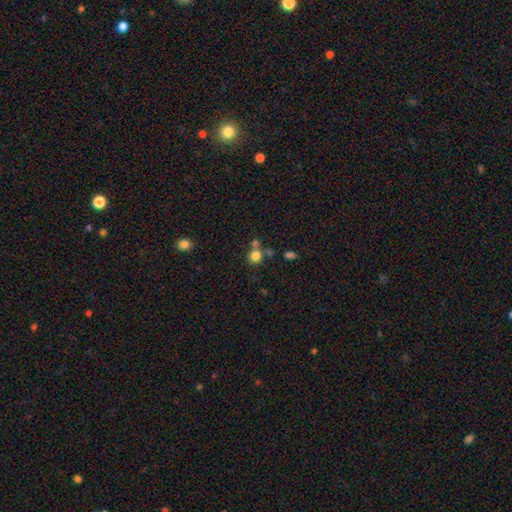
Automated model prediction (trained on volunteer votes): Q: Smooth or featured?
A: smooth (80%); runner-up: star or artifact (13%)
Q: How rounded?
A: round (85%); runner-up: in between (14%)
Q: Merging?
A: none (58%); runner-up: merger (27%)